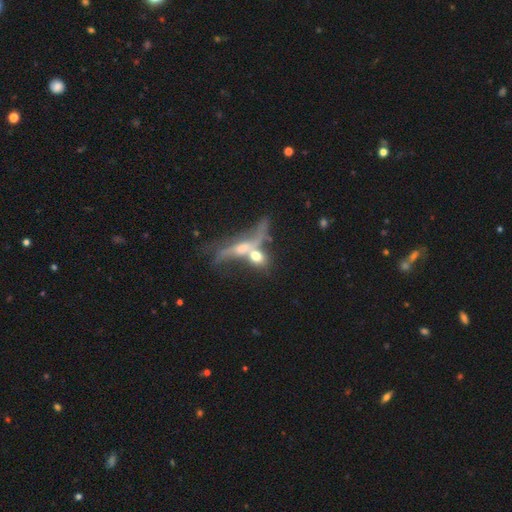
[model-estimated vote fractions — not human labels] smooth 49%, featured or disk 39%, star or artifact 12%. Down the decision tree: merging — merger (55%).